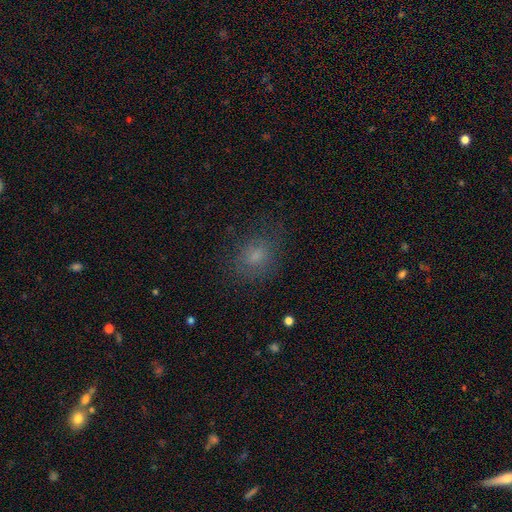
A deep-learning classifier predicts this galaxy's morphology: The model was most divided on "how rounded": round: 53%, in between: 46%, cigar-shaped: 1%. More confident: merging — none (72%); smooth or featured — smooth (71%).